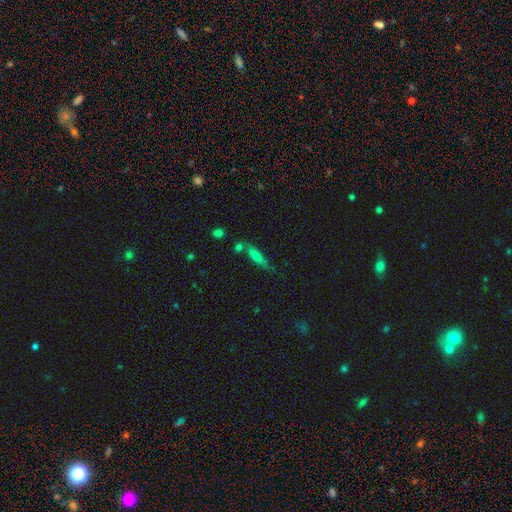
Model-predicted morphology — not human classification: smooth-or-featured: smooth: 60% | featured or disk: 27% | star or artifact: 13%
  how-rounded: cigar-shaped: 77% | in between: 20% | round: 3%
  merging: none: 62% | minor disturbance: 20% | merger: 12% | major disturbance: 7%